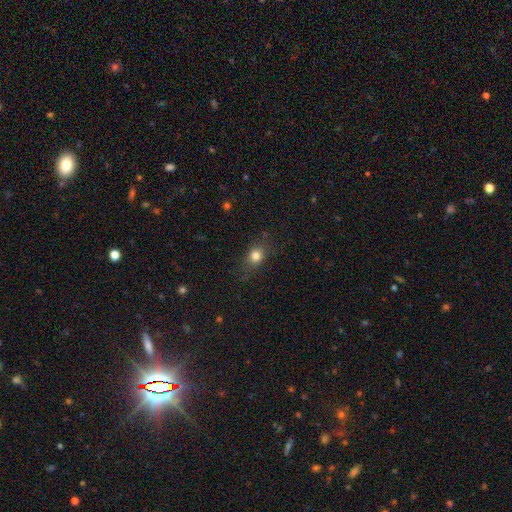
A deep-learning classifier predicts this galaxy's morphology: A smooth galaxy with no disk features (79%) that is round (57%).

Vote fractions:
- Smooth or featured? smooth: 79% / star or artifact: 12% / featured or disk: 9%
- How rounded? round: 57% / in between: 40% / cigar-shaped: 3%
- Merging? none: 74% / minor disturbance: 18% / major disturbance: 7% / merger: 1%